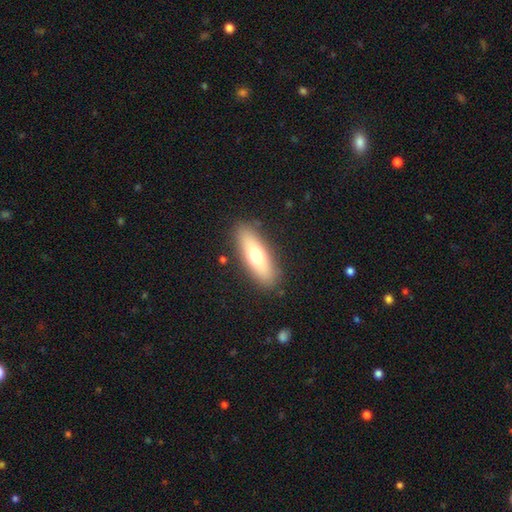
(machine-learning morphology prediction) Q: Smooth or featured?
A: smooth (64%); runner-up: featured or disk (30%)
Q: How rounded?
A: in between (53%); runner-up: cigar-shaped (44%)
Q: Merging?
A: none (87%); runner-up: minor disturbance (9%)